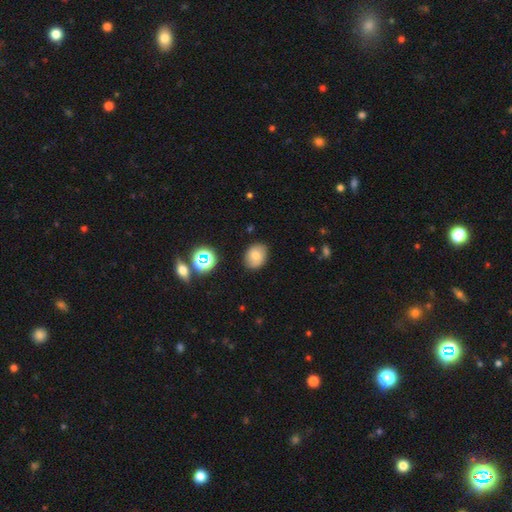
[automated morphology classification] Q: Smooth or featured?
A: smooth (73%); runner-up: featured or disk (14%)
Q: How rounded?
A: in between (55%); runner-up: round (44%)
Q: Merging?
A: none (83%); runner-up: minor disturbance (12%)